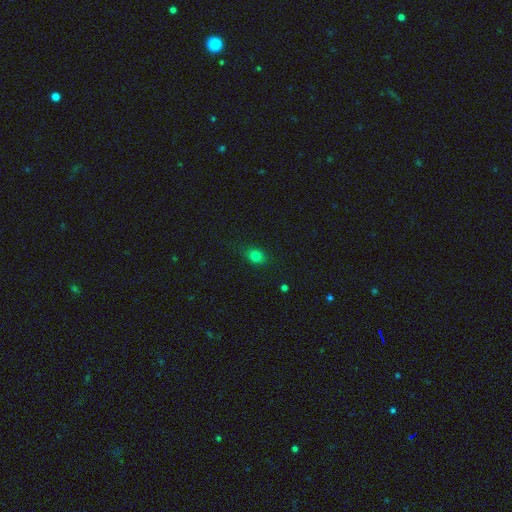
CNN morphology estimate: This appears to be a smooth galaxy with no disk features (79%) that is in between round and cigar-shaped (52%). Merging: none (84%).